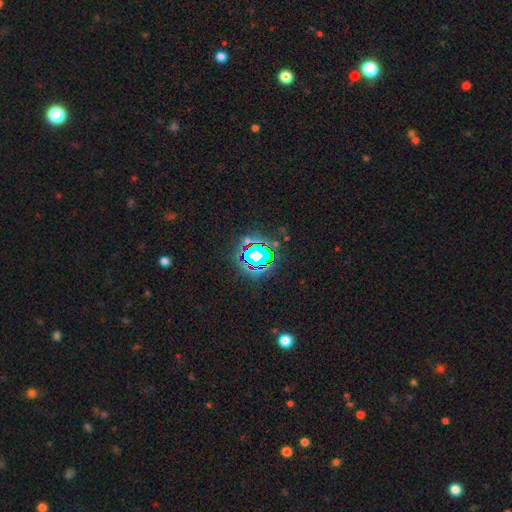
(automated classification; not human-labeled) Smooth or featured? Predicted: star or artifact (p=0.68).